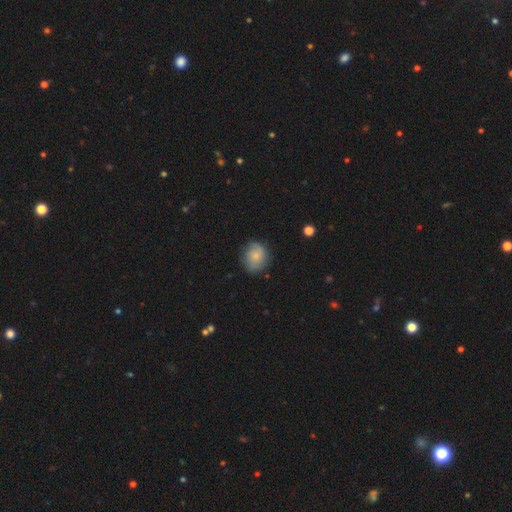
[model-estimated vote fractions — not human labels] smooth-or-featured: smooth: 64% | featured or disk: 28% | star or artifact: 8%
  how-rounded: round: 76% | in between: 23% | cigar-shaped: 1%
  merging: none: 73% | minor disturbance: 20% | major disturbance: 6% | merger: 1%